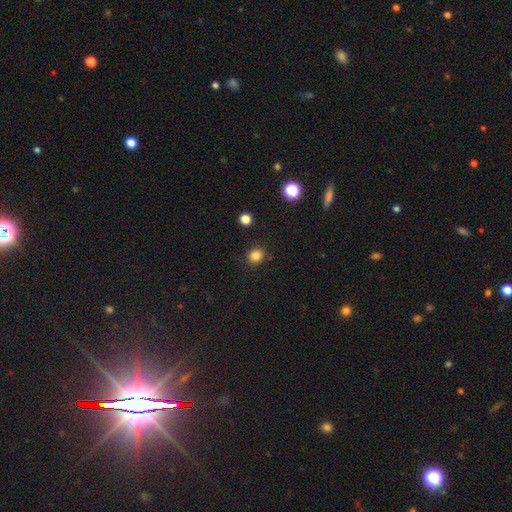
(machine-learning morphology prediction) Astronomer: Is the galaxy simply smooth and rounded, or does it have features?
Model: smooth — 83%.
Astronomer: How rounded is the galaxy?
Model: round — 82%.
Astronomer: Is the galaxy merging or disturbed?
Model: none — 89%.